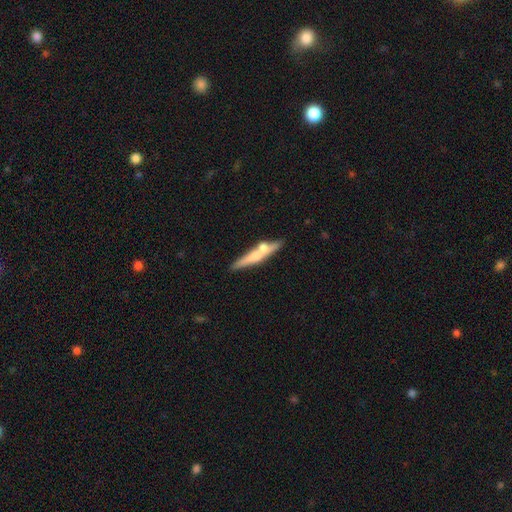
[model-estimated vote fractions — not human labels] Overall: featured or disk (48%; smooth 46%). Merging: none (67%).